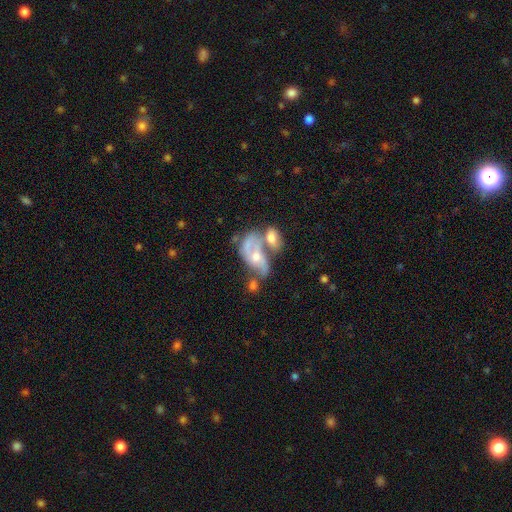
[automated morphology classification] Smooth or featured? Predicted: featured or disk (p=0.65). Edge-on disk? Predicted: no (p=0.95). Bar? Predicted: no (p=0.63). Spiral arms? Predicted: yes (p=0.70). Bulge size? Predicted: moderate (p=0.54). Merging? Predicted: merger (p=0.53).